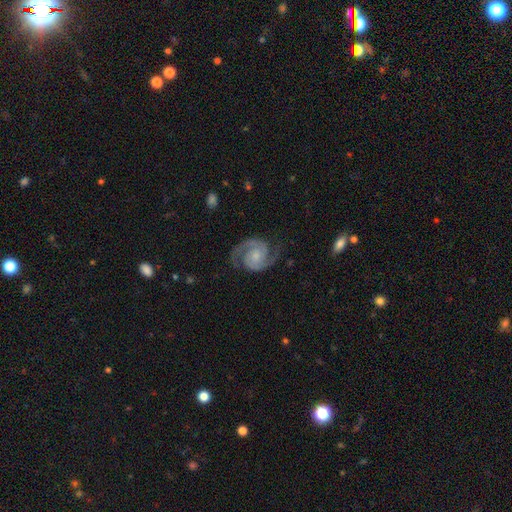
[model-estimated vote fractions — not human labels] smooth_or_featured: featured or disk (p=0.92) [alt: star or artifact p=0.04]
disk_edge_on: no (p=0.98) [alt: yes p=0.02]
bar: no (p=0.65) [alt: weak p=0.28]
has_spiral_arms: yes (p=0.99) [alt: no p=0.01]
spiral_winding: medium (p=0.52) [alt: tight p=0.38]
spiral_arm_count: 2 (p=0.94) [alt: can't tell p=0.02]
bulge_size: small (p=0.46) [alt: moderate p=0.36]
merging: none (p=0.81) [alt: minor disturbance p=0.13]